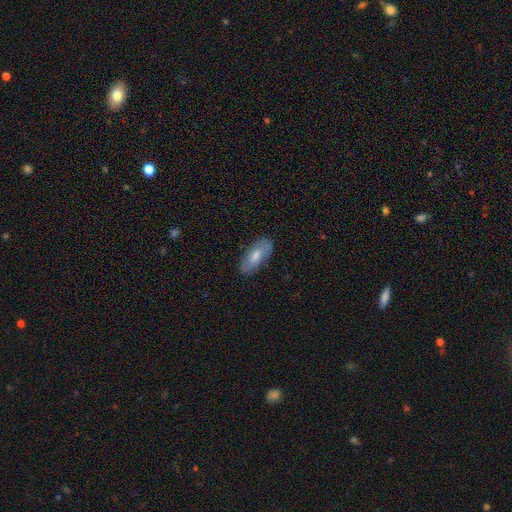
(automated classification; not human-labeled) The model was most divided on "smooth or featured": smooth: 58%, featured or disk: 35%, star or artifact: 8%. More confident: how rounded — in between (85%); merging — none (83%).